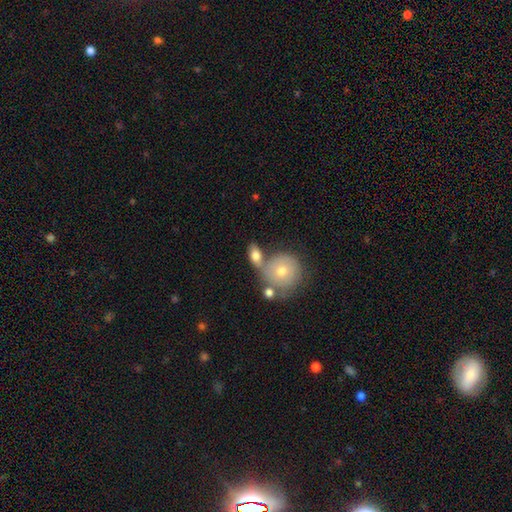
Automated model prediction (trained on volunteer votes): Smooth or featured? Predicted: smooth (p=0.73). How rounded? Predicted: in between (p=0.73). Merging? Predicted: none (p=0.47).